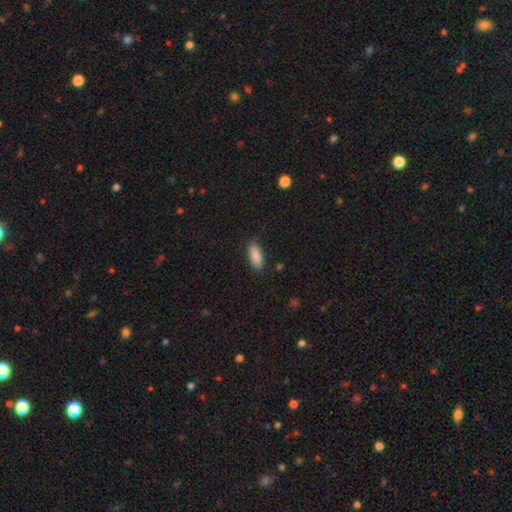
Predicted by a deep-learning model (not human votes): Smooth or featured?
  - smooth: 89% *
  - star or artifact: 6%
  - featured or disk: 4%
How rounded?
  - in between: 75% *
  - cigar-shaped: 24%
  - round: 2%
Merging?
  - none: 87% *
  - minor disturbance: 10%
  - major disturbance: 2%
  - merger: 1%